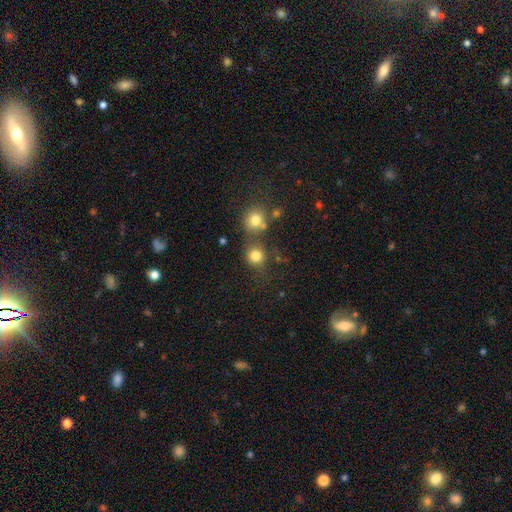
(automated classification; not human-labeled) Smooth or featured? Predicted: smooth (p=0.79). How rounded? Predicted: round (p=0.87). Merging? Predicted: none (p=0.63).